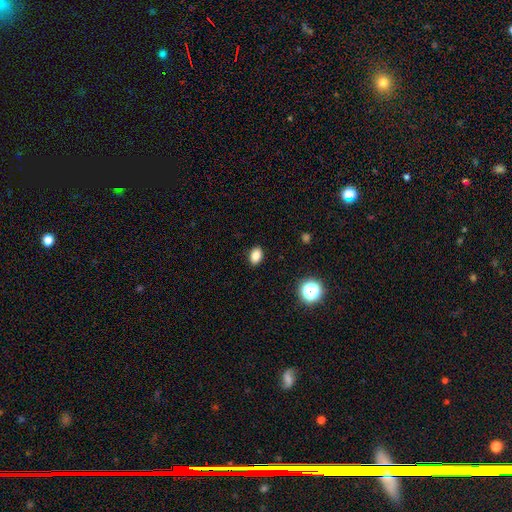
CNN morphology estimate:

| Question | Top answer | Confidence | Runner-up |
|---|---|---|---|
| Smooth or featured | smooth | 84% | star or artifact (11%) |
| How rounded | in between | 81% | round (18%) |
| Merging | none | 89% | minor disturbance (7%) |